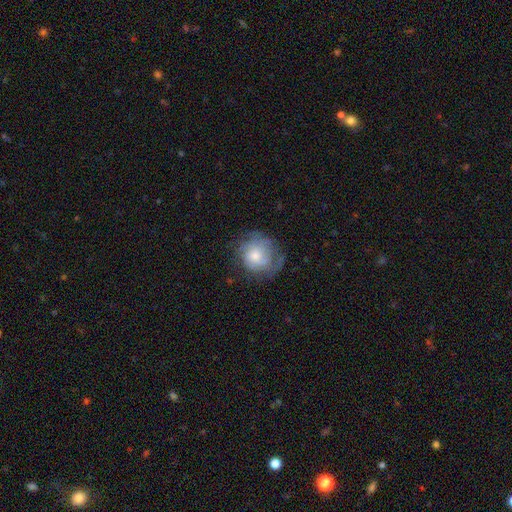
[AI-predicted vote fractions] smooth_or_featured: smooth (p=0.49) [alt: featured or disk p=0.43]
merging: none (p=0.56) [alt: minor disturbance p=0.26]